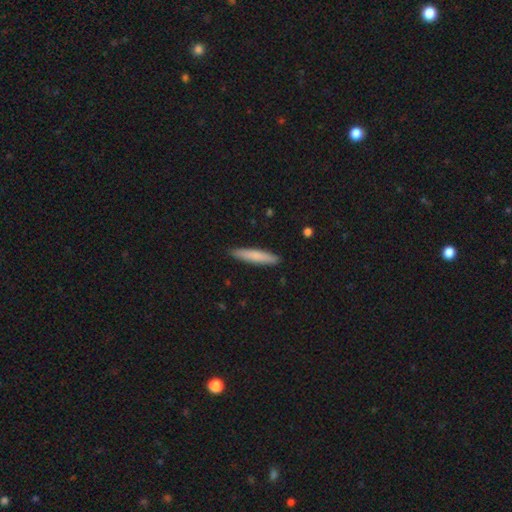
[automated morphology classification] type=smooth (78%); roundness=cigar-shaped (91%); merging=none (90%).